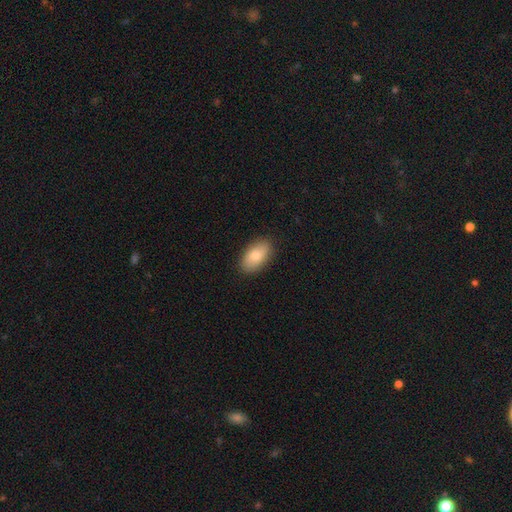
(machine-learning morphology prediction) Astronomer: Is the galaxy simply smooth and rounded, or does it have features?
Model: smooth — 82%.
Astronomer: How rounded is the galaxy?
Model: in between — 94%.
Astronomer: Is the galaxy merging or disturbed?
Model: none — 88%.